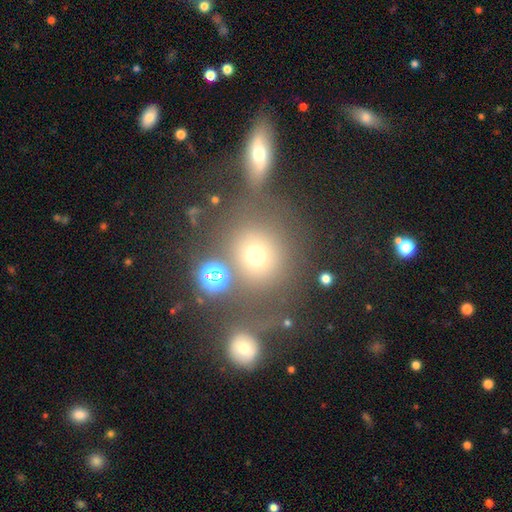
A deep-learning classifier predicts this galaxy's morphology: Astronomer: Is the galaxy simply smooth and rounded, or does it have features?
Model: smooth — 68%.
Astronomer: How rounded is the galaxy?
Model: round — 86%.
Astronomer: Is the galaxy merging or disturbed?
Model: none — 61%.